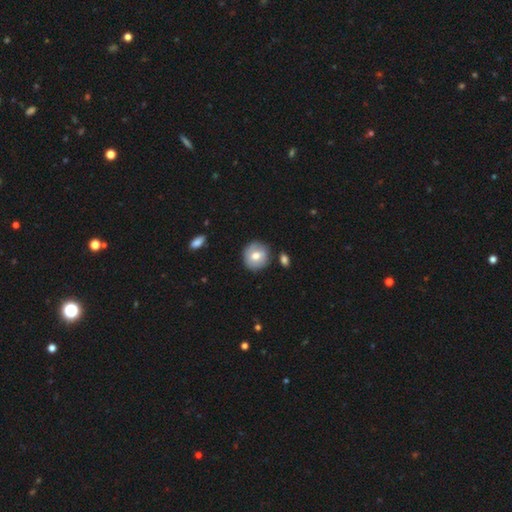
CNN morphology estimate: type=smooth (65%); roundness=round (89%); merging=none (82%).